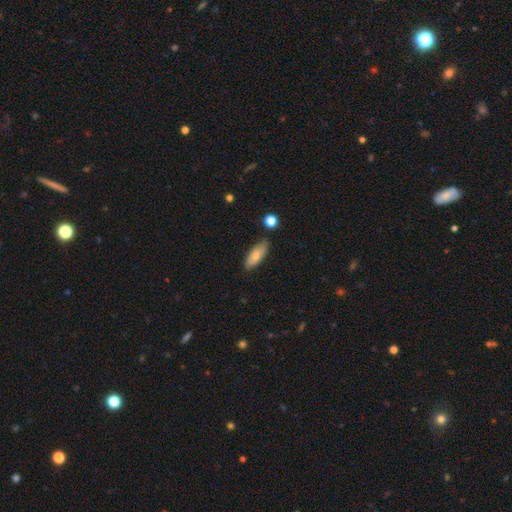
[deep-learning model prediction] The model was most divided on "smooth or featured": smooth: 74%, featured or disk: 19%, star or artifact: 7%. More confident: merging — none (78%); how rounded — in between (77%).